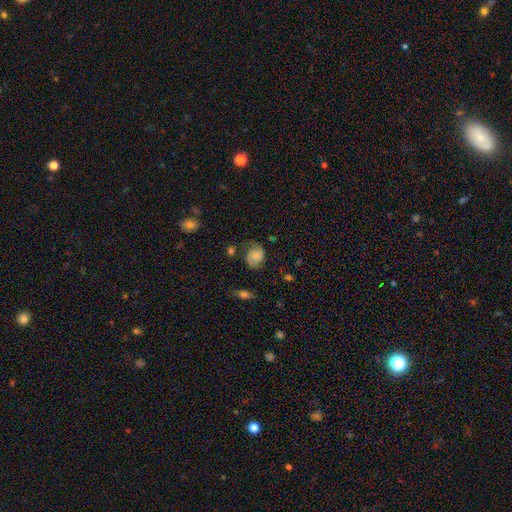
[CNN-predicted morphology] Smooth or featured?
  - smooth: 58% *
  - featured or disk: 32%
  - star or artifact: 10%
How rounded?
  - round: 54% *
  - in between: 44%
  - cigar-shaped: 1%
Merging?
  - none: 57% *
  - minor disturbance: 29%
  - major disturbance: 12%
  - merger: 3%